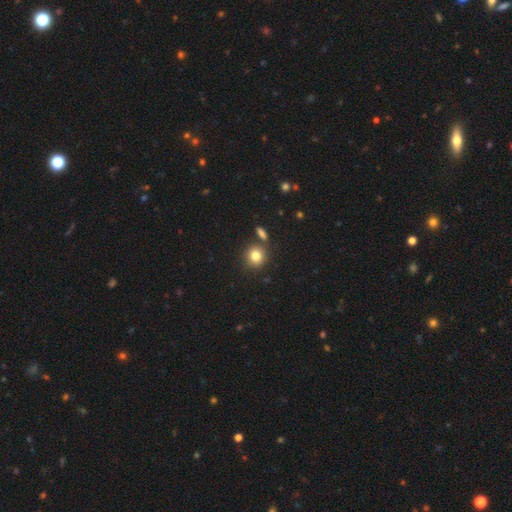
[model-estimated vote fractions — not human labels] Overall: smooth (81%). How rounded: round (87%). Merging: none (78%).